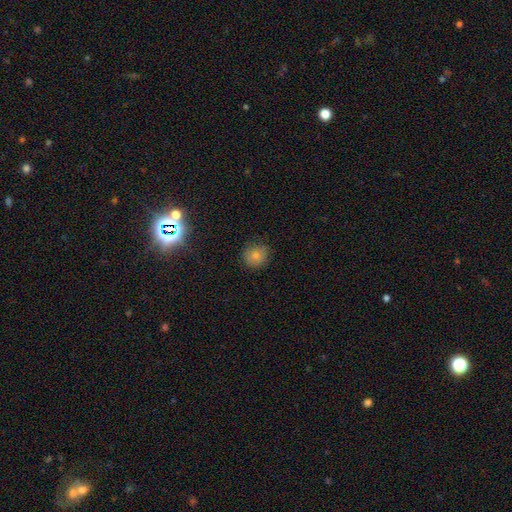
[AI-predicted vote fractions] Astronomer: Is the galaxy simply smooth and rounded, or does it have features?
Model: smooth — 79%.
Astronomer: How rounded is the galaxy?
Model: round — 85%.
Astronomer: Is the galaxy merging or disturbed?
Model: none — 79%.